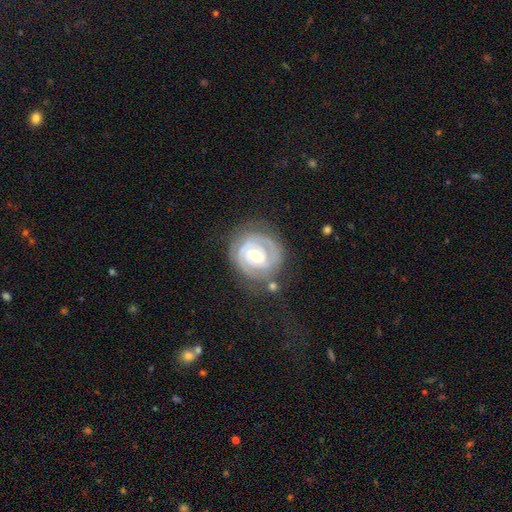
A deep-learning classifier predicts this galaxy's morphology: This is clearly a featured or disk galaxy (84%). It is clearly not viewed edge-on (97%). Bar: likely no (61%). Spiral arm pattern: clearly yes (91%). Spiral arm count: possibly 2 (46%). Spiral winding: clearly tight (80%). Central bulge: likely moderate (71%). Merging: likely none (69%).